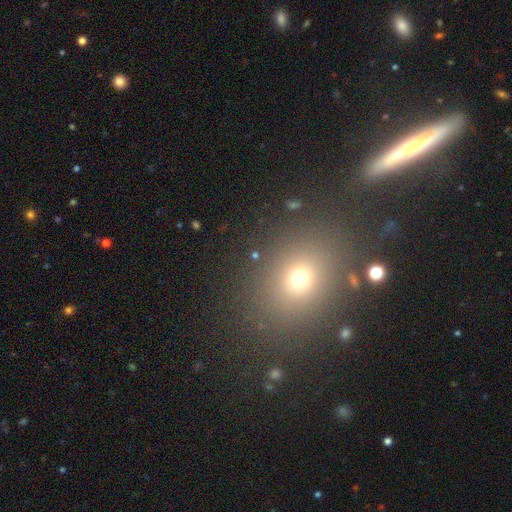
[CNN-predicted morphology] smooth-or-featured: smooth: 63% | star or artifact: 27% | featured or disk: 10%
  how-rounded: round: 62% | in between: 36% | cigar-shaped: 2%
  merging: none: 82% | minor disturbance: 8% | merger: 5% | major disturbance: 5%